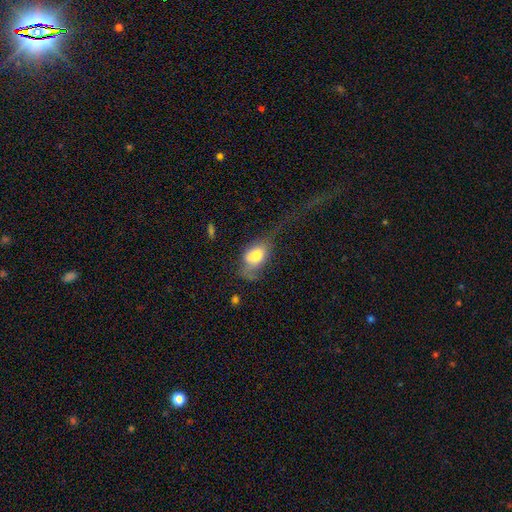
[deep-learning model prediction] A smooth galaxy with no disk features (72%) that is in between round and cigar-shaped (87%).

Vote fractions:
- Smooth or featured? smooth: 72% / featured or disk: 20% / star or artifact: 8%
- How rounded? in between: 87% / round: 10% / cigar-shaped: 3%
- Merging? major disturbance: 50% / minor disturbance: 24% / none: 21% / merger: 5%